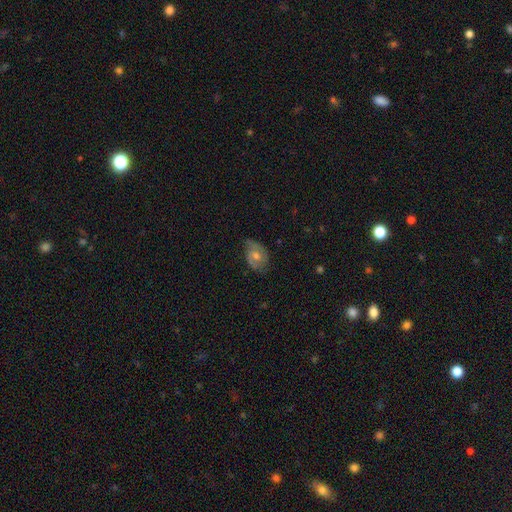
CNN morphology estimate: Smooth or featured: featured or disk — 61% (smooth — 29%)
Edge-on disk: no — 95% (yes — 5%)
Bar: no — 68% (weak — 27%)
Spiral arms: yes — 80% (no — 20%)
Bulge size: moderate — 65% (small — 26%)
Merging: none — 67% (minor disturbance — 24%)